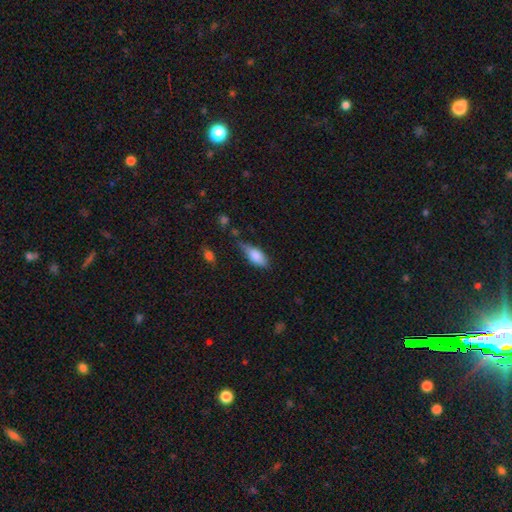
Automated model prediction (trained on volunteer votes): Smooth or featured?
  - smooth: 81% *
  - featured or disk: 12%
  - star or artifact: 7%
How rounded?
  - in between: 79% *
  - cigar-shaped: 18%
  - round: 3%
Merging?
  - none: 51% *
  - minor disturbance: 36%
  - major disturbance: 9%
  - merger: 4%